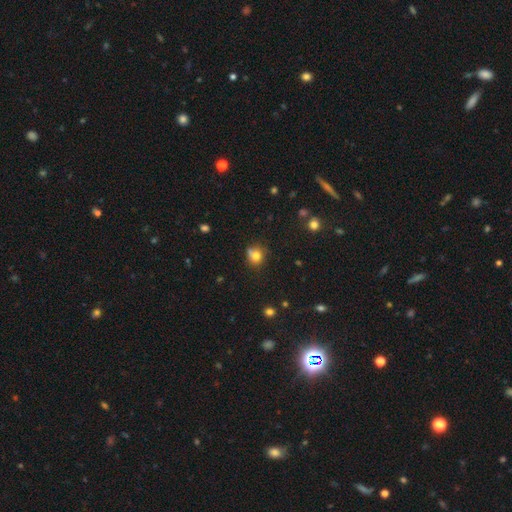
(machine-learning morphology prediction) Smooth or featured: smooth — 75% (star or artifact — 14%)
How rounded: round — 81% (in between — 19%)
Merging: none — 57% (merger — 22%)